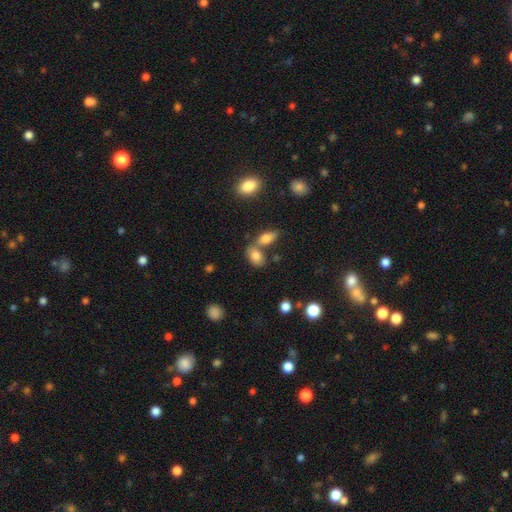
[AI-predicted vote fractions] Smooth or featured?
  - smooth: 80% *
  - featured or disk: 11%
  - star or artifact: 10%
How rounded?
  - in between: 87% *
  - round: 11%
  - cigar-shaped: 3%
Merging?
  - none: 49% *
  - merger: 36%
  - minor disturbance: 12%
  - major disturbance: 4%